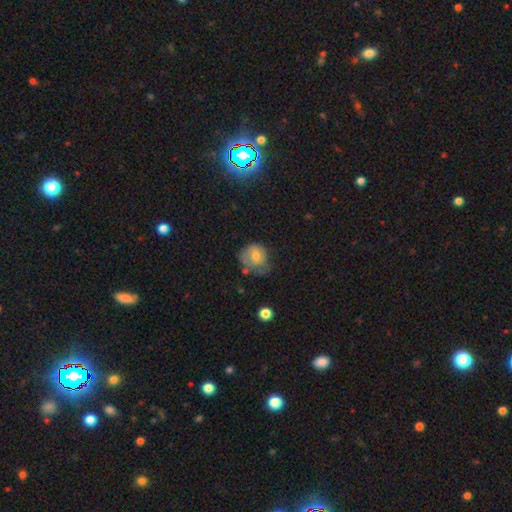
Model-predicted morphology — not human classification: A smooth galaxy with no disk features (64%) that is round (69%).

Vote fractions:
- Smooth or featured? smooth: 64% / featured or disk: 26% / star or artifact: 10%
- How rounded? round: 69% / in between: 30% / cigar-shaped: 1%
- Merging? none: 44% / minor disturbance: 34% / major disturbance: 17% / merger: 5%